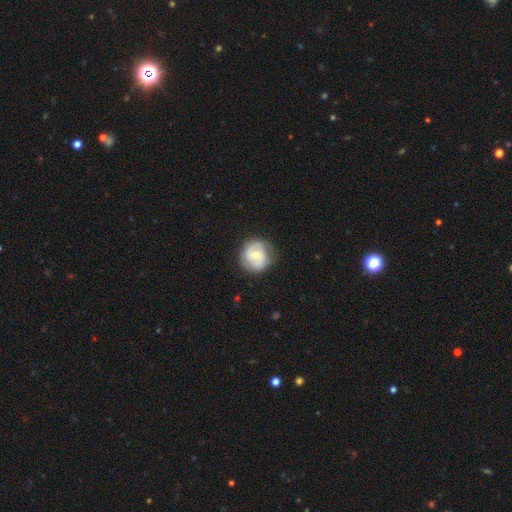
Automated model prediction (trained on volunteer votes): Overall: featured or disk (51%; smooth 43%). Edge-on disk: no (97%). Merging: none (75%).